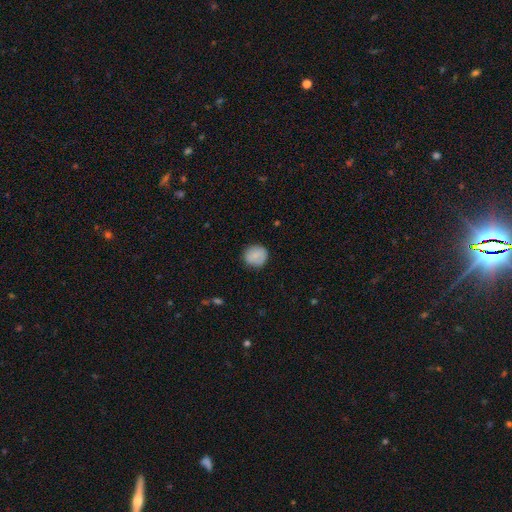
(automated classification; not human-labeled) Q: Smooth or featured?
A: smooth (82%); runner-up: featured or disk (10%)
Q: How rounded?
A: round (89%); runner-up: in between (10%)
Q: Merging?
A: none (85%); runner-up: minor disturbance (11%)